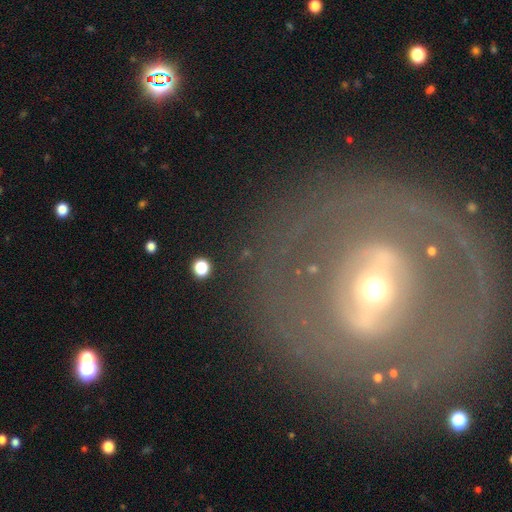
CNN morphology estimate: Smooth or featured?
  - featured or disk: 68% *
  - smooth: 23%
  - star or artifact: 9%
Edge-on disk?
  - no: 91% *
  - yes: 9%
Bar?
  - strong: 35% *
  - no: 34%
  - weak: 32%
Spiral arms?
  - no: 68% *
  - yes: 32%
Bulge size?
  - small: 46% *
  - moderate: 45%
  - large: 6%
  - dominant: 2%
  - none: 1%
Merging?
  - none: 77% *
  - minor disturbance: 11%
  - major disturbance: 9%
  - merger: 3%